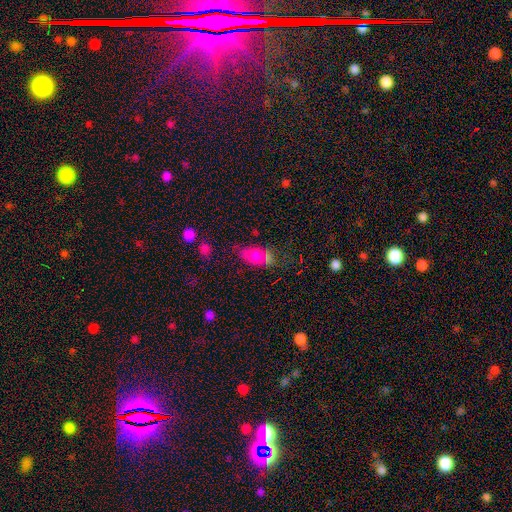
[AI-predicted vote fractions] smooth-or-featured: smooth: 71% | featured or disk: 15% | star or artifact: 14%
  how-rounded: in between: 79% | round: 14% | cigar-shaped: 8%
  merging: none: 53% | minor disturbance: 23% | merger: 14% | major disturbance: 11%